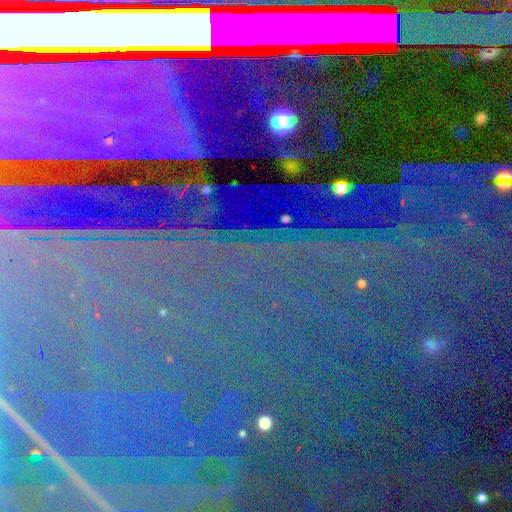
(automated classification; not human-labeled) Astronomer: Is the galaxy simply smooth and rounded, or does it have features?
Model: star or artifact — 84%.